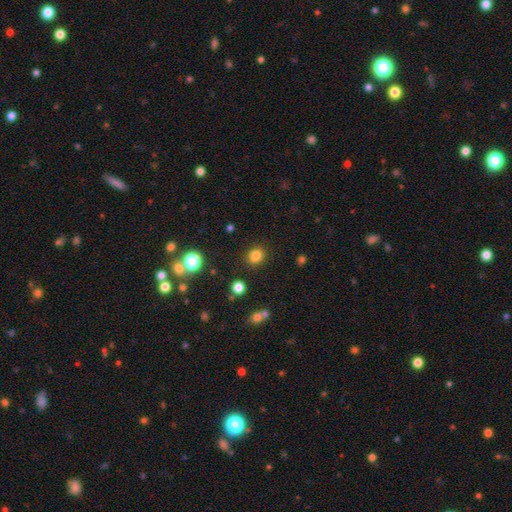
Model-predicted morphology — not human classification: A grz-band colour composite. It shows a smooth galaxy with no disk features (82%) that is round (65%). Merging: none (87%).